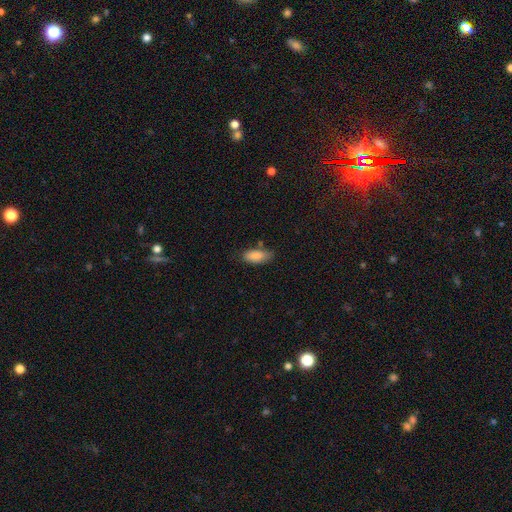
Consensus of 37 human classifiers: A smooth galaxy with no disk features (92%) that is in between round and cigar-shaped (91%). Merging: none (89%).